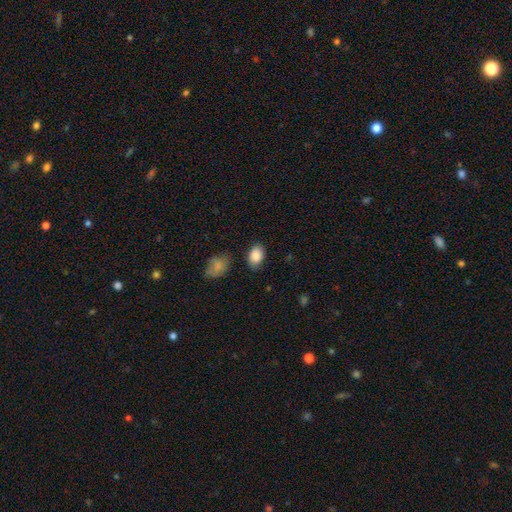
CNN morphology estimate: Overall: smooth (88%). How rounded: in between (86%). Merging: none (81%).